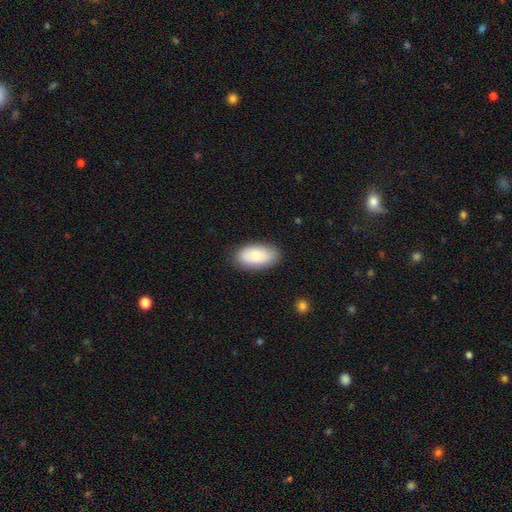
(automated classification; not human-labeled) A smooth galaxy with no disk features (78%) that is in between round and cigar-shaped (94%).

Vote fractions:
- Smooth or featured? smooth: 78% / featured or disk: 16% / star or artifact: 6%
- How rounded? in between: 94% / round: 4% / cigar-shaped: 2%
- Merging? none: 82% / minor disturbance: 13% / major disturbance: 3% / merger: 1%